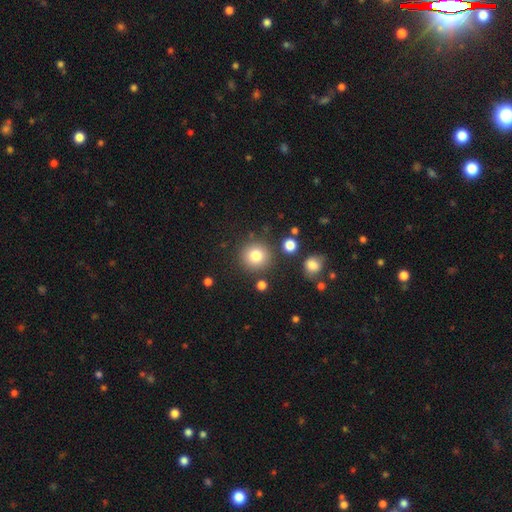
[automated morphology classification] Smooth or featured? Predicted: smooth (p=0.80). How rounded? Predicted: round (p=0.93). Merging? Predicted: none (p=0.85).